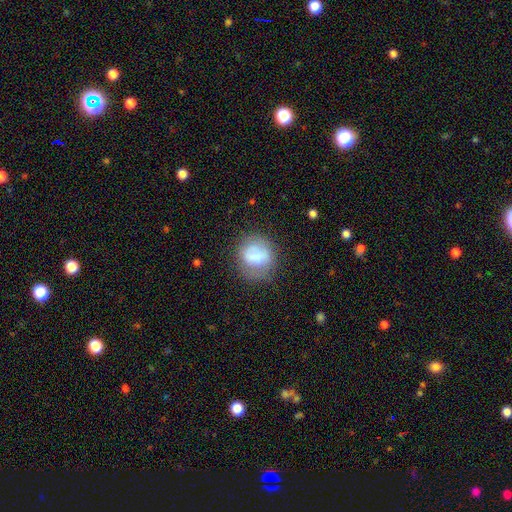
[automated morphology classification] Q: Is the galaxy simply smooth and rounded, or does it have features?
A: smooth — 69%.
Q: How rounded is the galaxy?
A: round — 78%.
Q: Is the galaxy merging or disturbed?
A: none — 57%.